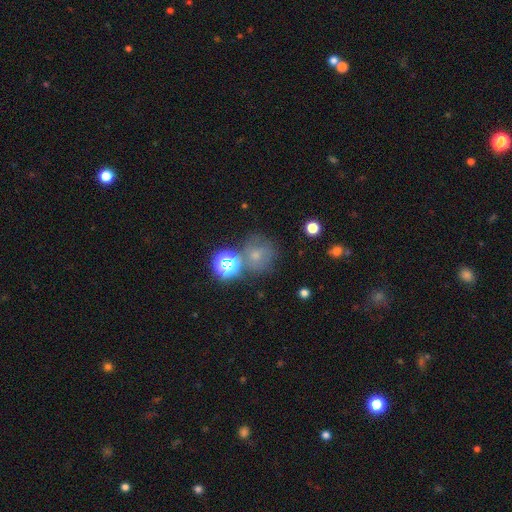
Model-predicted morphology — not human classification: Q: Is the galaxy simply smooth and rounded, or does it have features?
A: smooth — 58%.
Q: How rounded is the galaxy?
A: round — 85%.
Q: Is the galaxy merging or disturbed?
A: none — 55%.